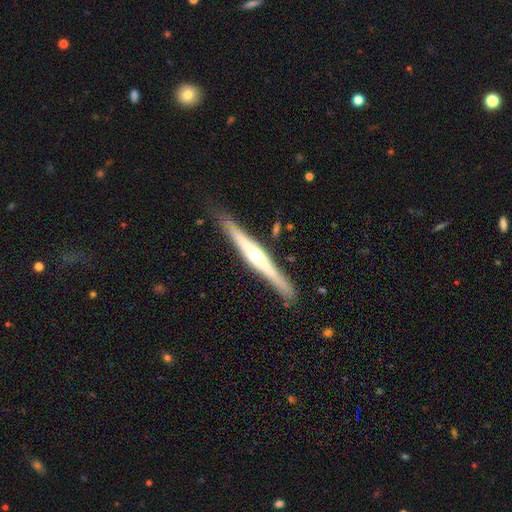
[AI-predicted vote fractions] Smooth or featured?
  - featured or disk: 72% *
  - smooth: 22%
  - star or artifact: 5%
Edge-on disk?
  - yes: 96% *
  - no: 4%
Edge-on bulge?
  - rounded: 80% *
  - none: 12%
  - boxy: 8%
Merging?
  - none: 83% *
  - minor disturbance: 13%
  - major disturbance: 3%
  - merger: 2%